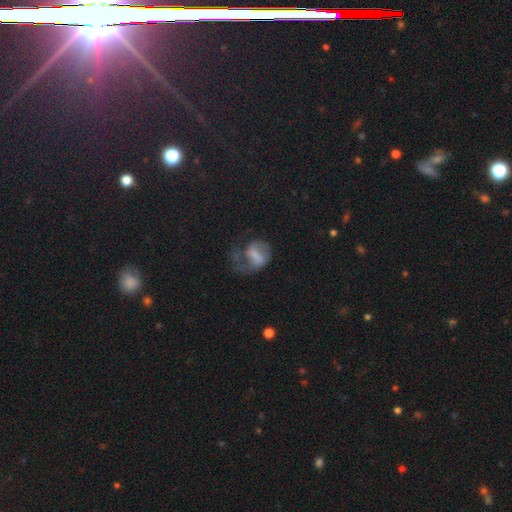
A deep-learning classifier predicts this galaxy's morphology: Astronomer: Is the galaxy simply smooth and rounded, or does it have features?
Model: featured or disk — 51% (runner-up: smooth, 39%).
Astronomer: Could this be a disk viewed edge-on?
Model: no — 97%.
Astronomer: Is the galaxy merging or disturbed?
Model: major disturbance — 50% (runner-up: none, 27%).